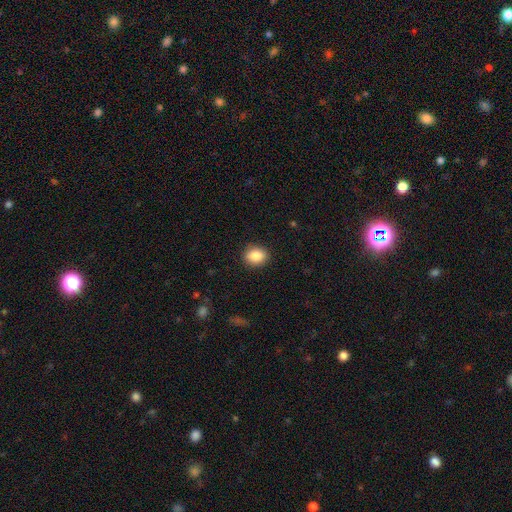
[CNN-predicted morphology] Smooth or featured?
  - smooth: 87% *
  - star or artifact: 8%
  - featured or disk: 5%
How rounded?
  - in between: 52% *
  - round: 47%
  - cigar-shaped: 1%
Merging?
  - none: 89% *
  - minor disturbance: 8%
  - major disturbance: 2%
  - merger: 1%